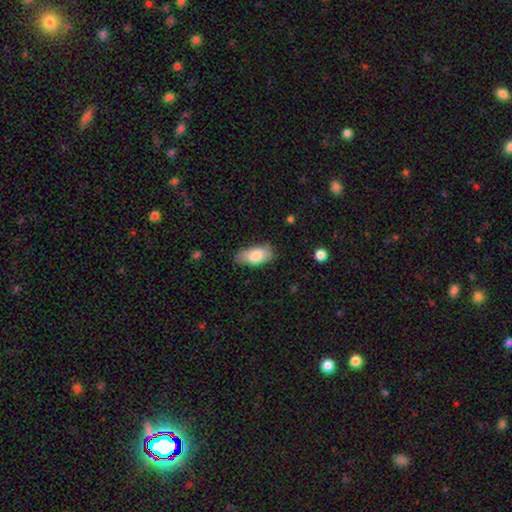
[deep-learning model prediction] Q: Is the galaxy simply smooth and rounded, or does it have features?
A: smooth — 79%.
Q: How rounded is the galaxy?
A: in between — 90%.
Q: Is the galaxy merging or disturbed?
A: none — 70%.